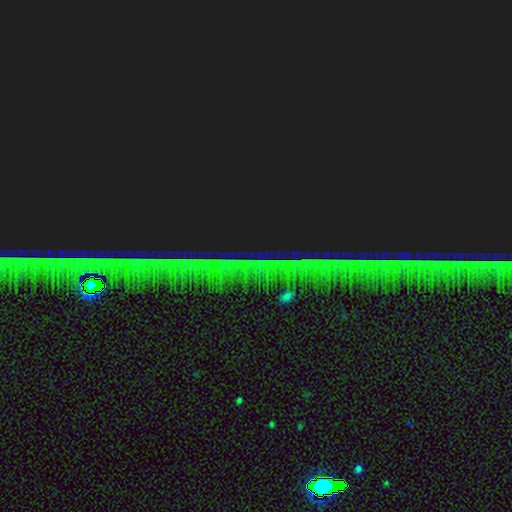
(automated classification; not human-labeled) smooth-or-featured: star or artifact: 87% | featured or disk: 7% | smooth: 6%